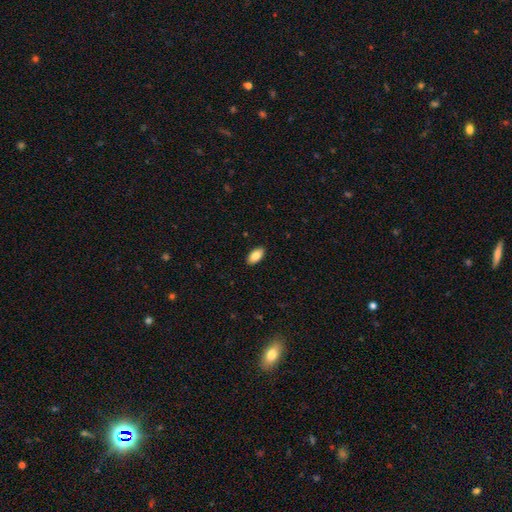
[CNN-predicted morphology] A smooth galaxy with no disk features (86%) that is in between round and cigar-shaped (94%). Merging: none (90%).